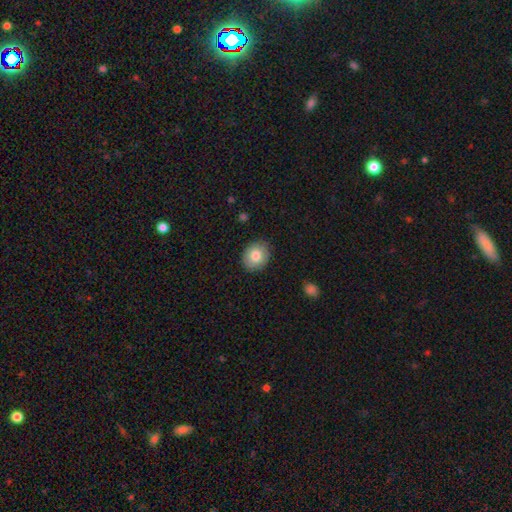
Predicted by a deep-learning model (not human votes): The model was most divided on "how rounded": round: 57%, in between: 42%, cigar-shaped: 1%. More confident: merging — none (88%); smooth or featured — smooth (81%).